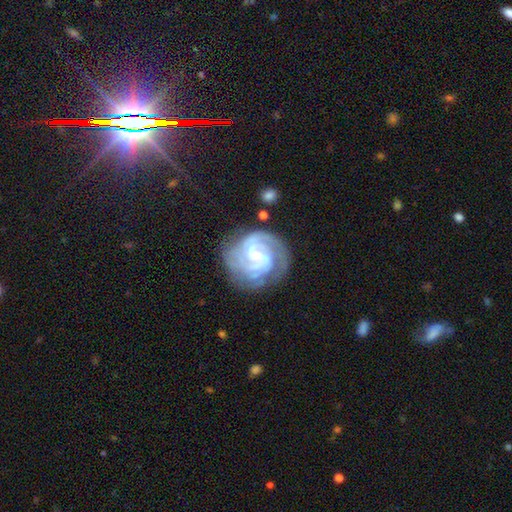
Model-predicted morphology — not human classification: Smooth or featured: featured or disk — 85% (smooth — 9%)
Edge-on disk: no — 98% (yes — 2%)
Bar: weak — 49% (no — 36%)
Spiral arms: yes — 96% (no — 4%)
Spiral winding: tight — 65% (medium — 30%)
Spiral arm count: 3 — 27% (2 — 26%)
Bulge size: small — 58% (none — 22%)
Merging: none — 69% (minor disturbance — 18%)